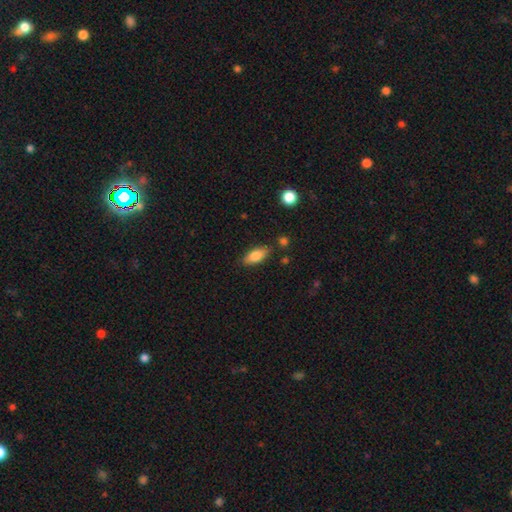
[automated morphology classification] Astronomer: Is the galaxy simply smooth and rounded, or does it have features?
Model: smooth — 81%.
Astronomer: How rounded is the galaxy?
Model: in between — 80%.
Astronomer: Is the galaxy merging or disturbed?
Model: none — 82%.